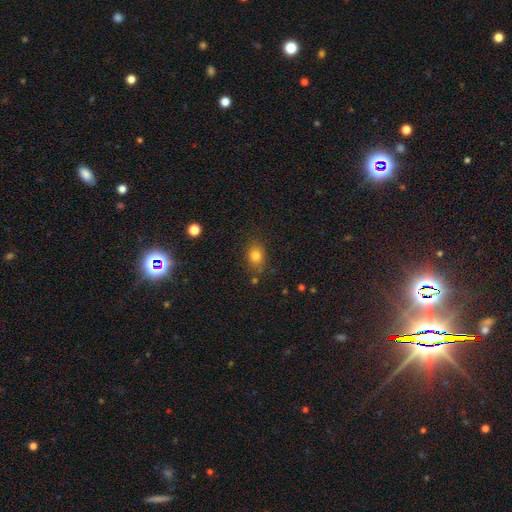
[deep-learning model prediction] A smooth galaxy with no disk features (80%) that is in between round and cigar-shaped (50%).

Vote fractions:
- Smooth or featured? smooth: 80% / star or artifact: 13% / featured or disk: 8%
- How rounded? in between: 50% / round: 49% / cigar-shaped: 1%
- Merging? none: 78% / minor disturbance: 15% / major disturbance: 4% / merger: 3%